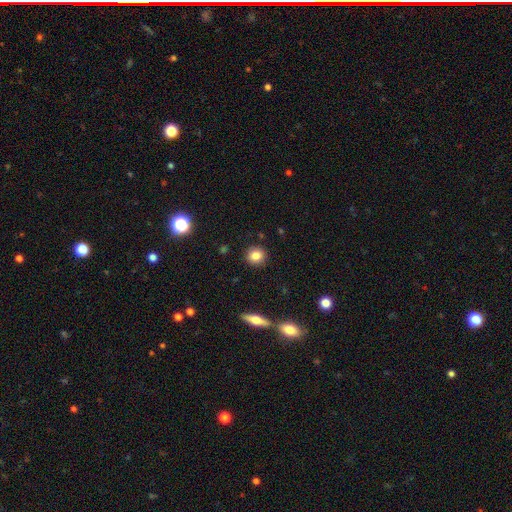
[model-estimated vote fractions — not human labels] smooth_or_featured: smooth (p=0.82) [alt: star or artifact p=0.10]
how_rounded: round (p=0.89) [alt: in between p=0.10]
merging: none (p=0.90) [alt: minor disturbance p=0.06]